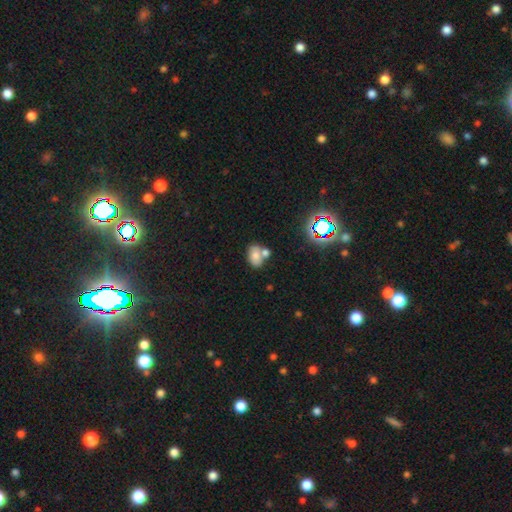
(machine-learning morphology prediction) Smooth or featured? Predicted: smooth (p=0.71). How rounded? Predicted: in between (p=0.81). Merging? Predicted: none (p=0.44).